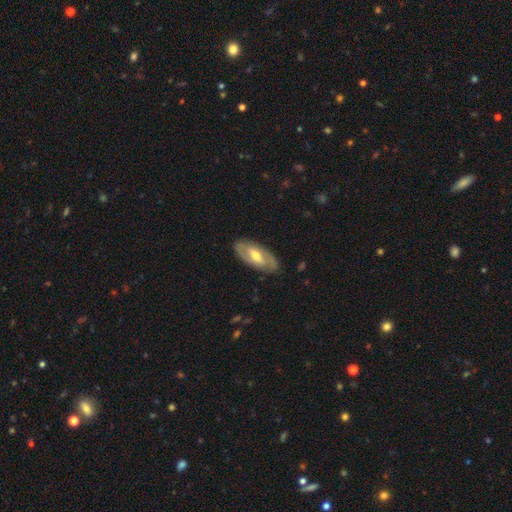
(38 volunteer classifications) Smooth or featured? featured or disk (74%)
Edge-on disk? no (93%)
Bar? weak (54%)
Spiral arms? yes (65%)
Spiral winding? medium (47%)
Spiral arm count? 2 (71%)
Bulge size? moderate (58%)
Merging? none (86%)